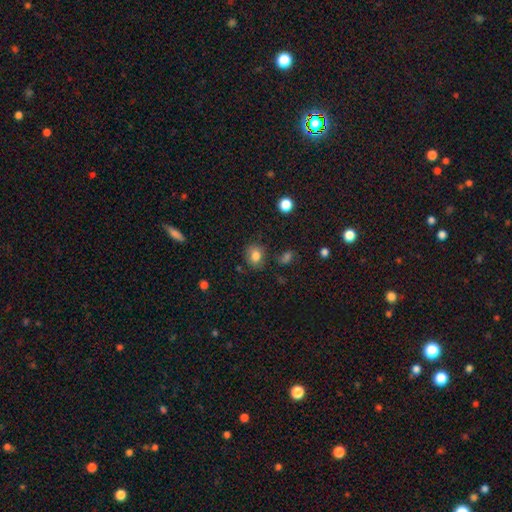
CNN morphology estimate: A smooth galaxy with no disk features (81%) that is round (61%). Merging: none (77%).